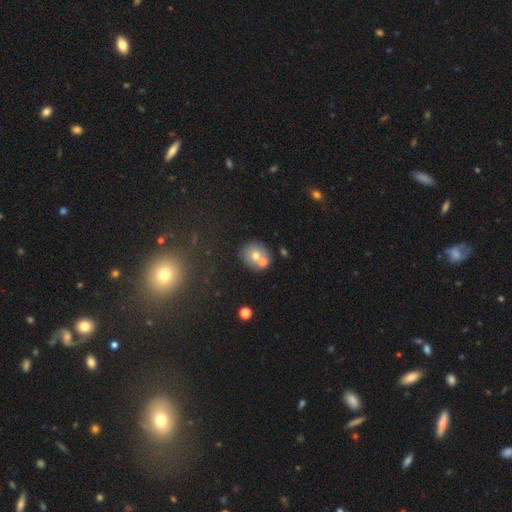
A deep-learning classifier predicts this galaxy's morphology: The model was most divided on "merging": none: 52%, merger: 37%, minor disturbance: 8%, major disturbance: 3%. More confident: how rounded — round (80%); smooth or featured — smooth (64%).